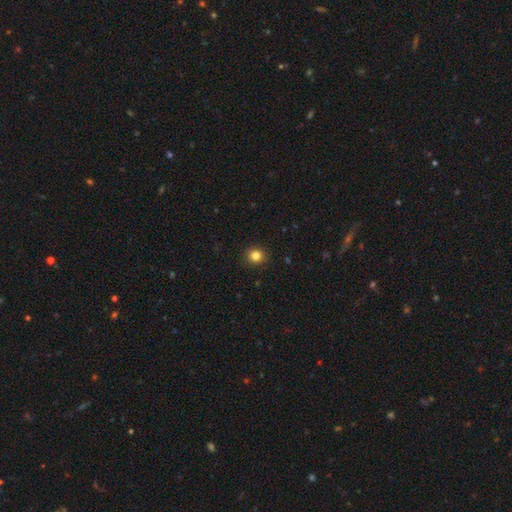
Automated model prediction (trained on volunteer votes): Overall: smooth (83%). How rounded: round (90%). Merging: none (92%).